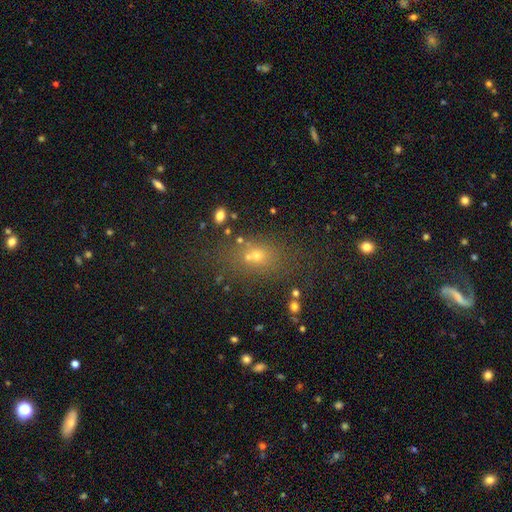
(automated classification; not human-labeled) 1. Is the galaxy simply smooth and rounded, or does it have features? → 57% smooth, 26% star or artifact, 16% featured or disk.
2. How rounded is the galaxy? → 56% in between, 40% round, 4% cigar-shaped.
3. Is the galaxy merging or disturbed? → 58% none, 21% merger, 13% minor disturbance, 7% major disturbance.